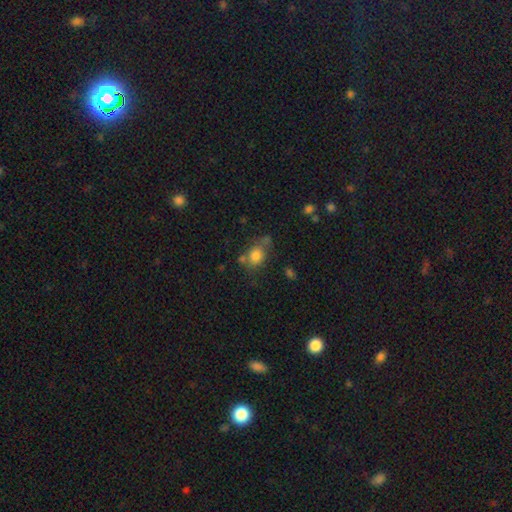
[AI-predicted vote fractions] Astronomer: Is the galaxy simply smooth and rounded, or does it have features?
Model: smooth — 78%.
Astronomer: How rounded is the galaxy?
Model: in between — 54% (runner-up: round, 44%).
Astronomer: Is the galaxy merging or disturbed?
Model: none — 51%.